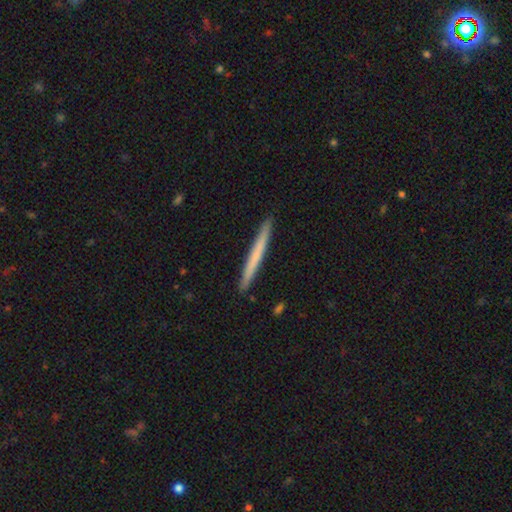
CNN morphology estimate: A smooth galaxy with no disk features (61%) that is cigar-shaped (97%). Merging: none (92%).